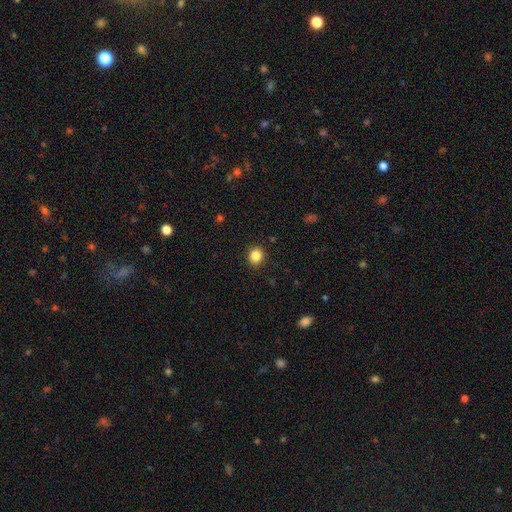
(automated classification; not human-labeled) Smooth or featured: smooth — 85% (star or artifact — 11%)
How rounded: round — 82% (in between — 18%)
Merging: none — 91% (minor disturbance — 6%)